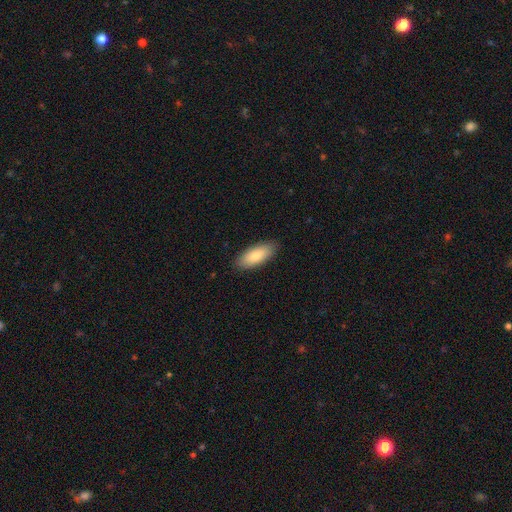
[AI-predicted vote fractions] Q: Smooth or featured?
A: smooth (79%); runner-up: featured or disk (15%)
Q: How rounded?
A: in between (82%); runner-up: cigar-shaped (16%)
Q: Merging?
A: none (88%); runner-up: minor disturbance (9%)